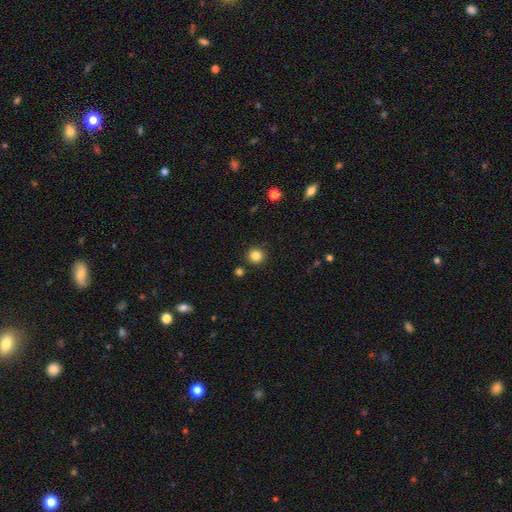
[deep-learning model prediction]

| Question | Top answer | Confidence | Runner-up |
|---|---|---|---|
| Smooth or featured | smooth | 84% | star or artifact (12%) |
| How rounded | round | 94% | in between (5%) |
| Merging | none | 89% | minor disturbance (6%) |